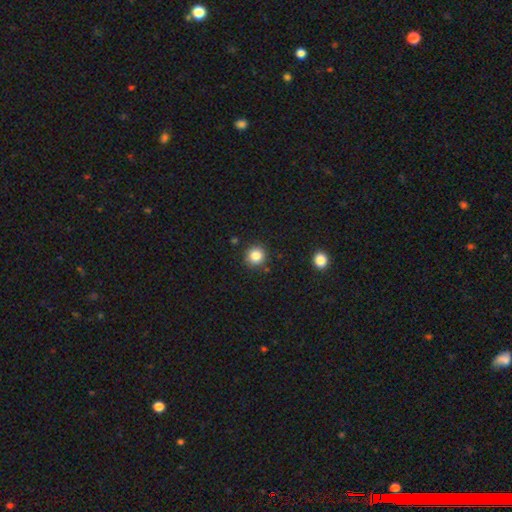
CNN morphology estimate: Overall: smooth (85%). How rounded: round (93%). Merging: none (88%).